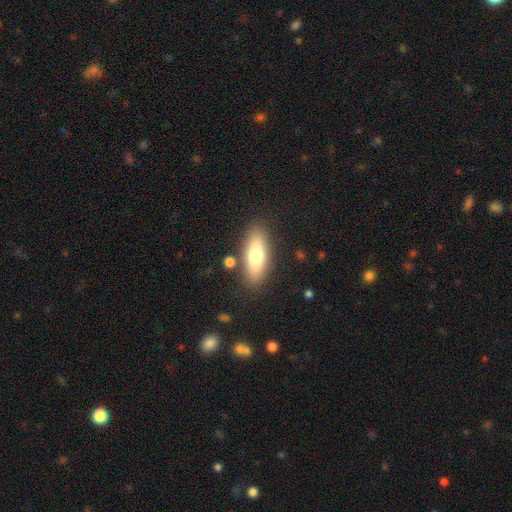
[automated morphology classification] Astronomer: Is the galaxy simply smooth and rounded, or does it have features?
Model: smooth — 75%.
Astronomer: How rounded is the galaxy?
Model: in between — 65%.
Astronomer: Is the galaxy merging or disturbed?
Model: none — 84%.